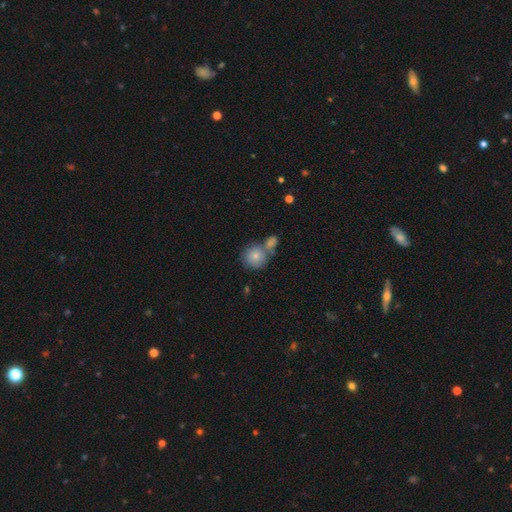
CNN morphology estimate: A smooth galaxy with no disk features (79%) that is round (87%). Merging: none (43%).